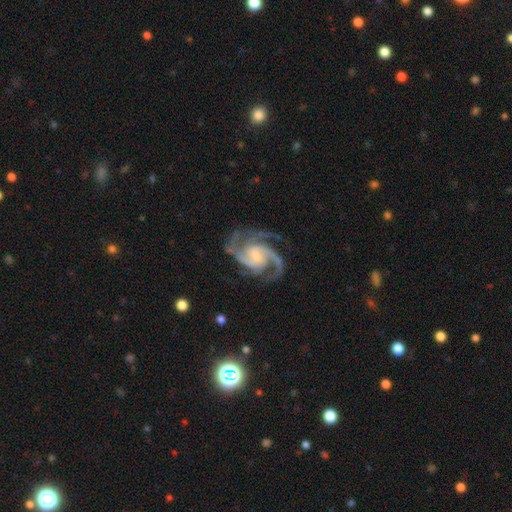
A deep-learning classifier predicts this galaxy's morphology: smooth_or_featured: featured or disk (p=0.93) [alt: star or artifact p=0.04]
disk_edge_on: no (p=0.98) [alt: yes p=0.02]
bar: weak (p=0.44) [alt: no p=0.43]
has_spiral_arms: yes (p=0.99) [alt: no p=0.01]
spiral_winding: medium (p=0.57) [alt: tight p=0.33]
spiral_arm_count: 3 (p=0.55) [alt: 2 p=0.15]
bulge_size: small (p=0.49) [alt: moderate p=0.36]
merging: none (p=0.72) [alt: minor disturbance p=0.16]